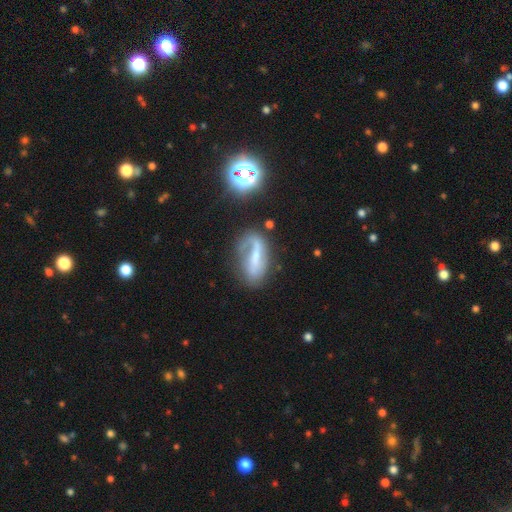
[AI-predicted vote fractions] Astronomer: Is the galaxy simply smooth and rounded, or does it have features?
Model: featured or disk — 54% (runner-up: smooth, 33%).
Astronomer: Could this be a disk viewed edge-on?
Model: no — 87%.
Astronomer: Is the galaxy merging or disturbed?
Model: none — 49%.